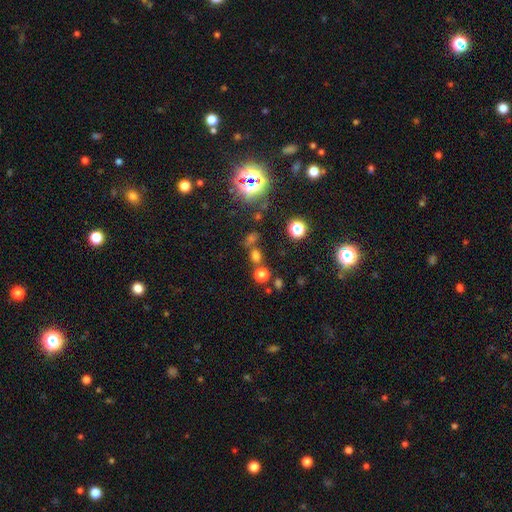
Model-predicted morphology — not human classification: Smooth or featured?
  - smooth: 62% *
  - star or artifact: 31%
  - featured or disk: 8%
How rounded?
  - round: 73% *
  - in between: 25%
  - cigar-shaped: 2%
Merging?
  - none: 64% *
  - merger: 22%
  - minor disturbance: 9%
  - major disturbance: 5%